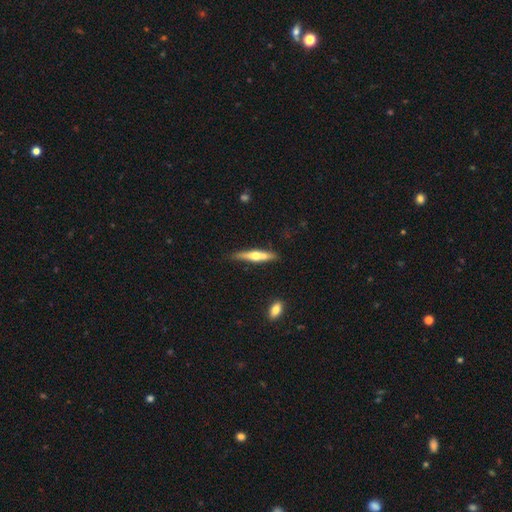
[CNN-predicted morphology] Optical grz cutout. It shows a featured or disk galaxy (58%) viewed edge-on (94%) with a rounded central bulge (92%). Merging: none (77%).